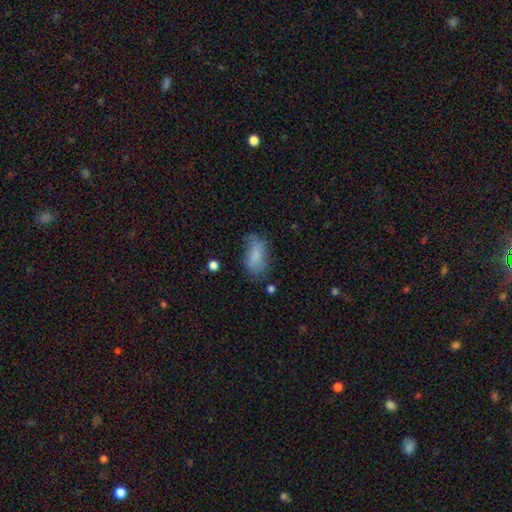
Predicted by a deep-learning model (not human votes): The model was most divided on "merging": none: 51%, minor disturbance: 31%, major disturbance: 15%, merger: 3%. More confident: how rounded — in between (90%); smooth or featured — smooth (77%).